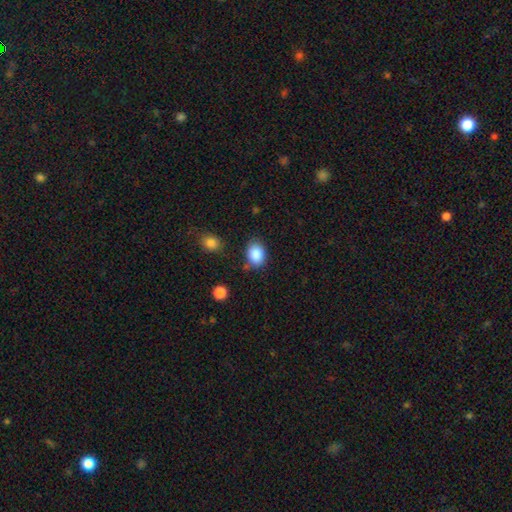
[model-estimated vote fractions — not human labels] This is clearly a smooth galaxy (88%). How rounded: likely in between (67%). Merging: likely none (74%).